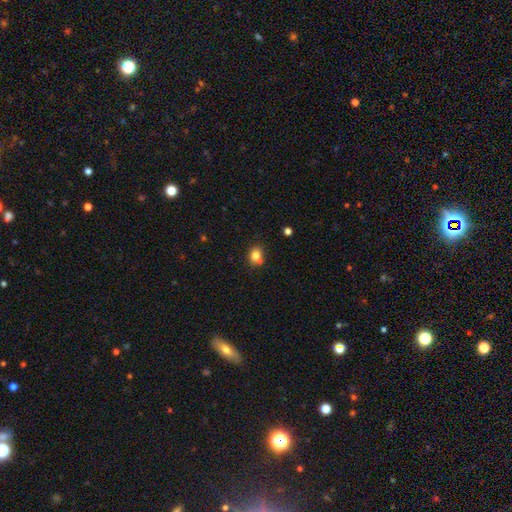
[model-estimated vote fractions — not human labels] Smooth or featured: smooth — 80% (star or artifact — 12%)
How rounded: round — 64% (in between — 35%)
Merging: none — 67% (merger — 15%)